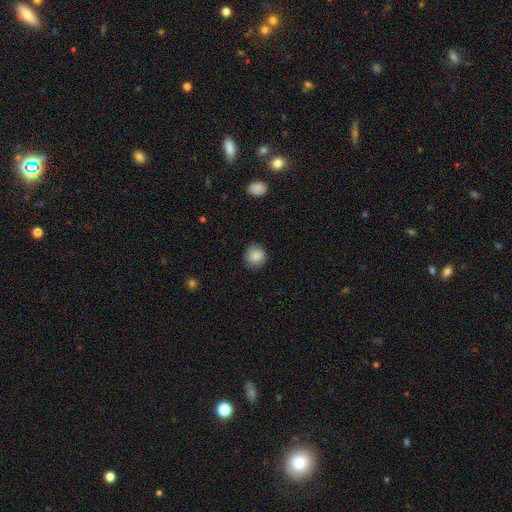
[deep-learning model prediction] This appears to be a smooth galaxy with no disk features (87%) that is round (89%). Merging: none (86%).